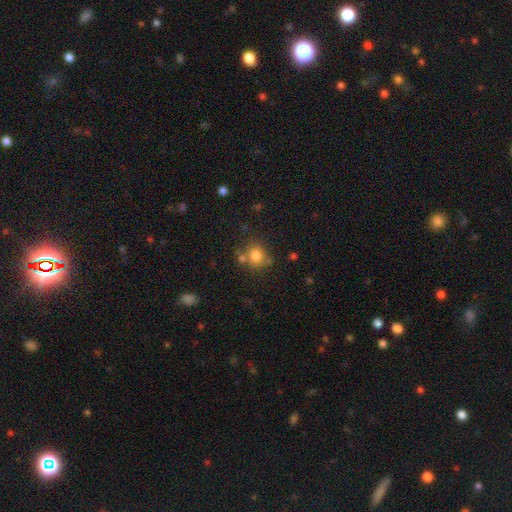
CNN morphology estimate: This is clearly a smooth galaxy (80%). How rounded: clearly round (83%). Merging: likely none (68%).